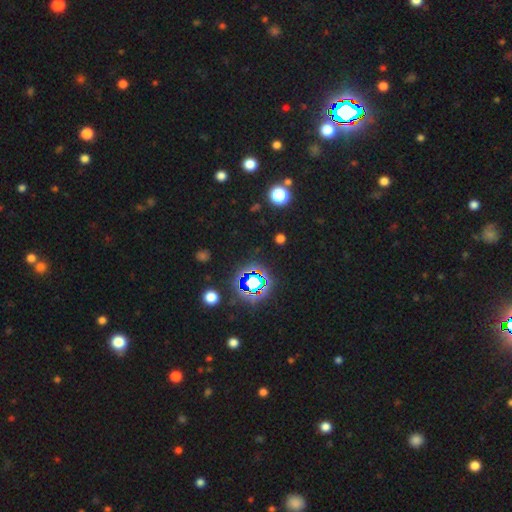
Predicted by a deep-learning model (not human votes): Q: Smooth or featured?
A: star or artifact (78%); runner-up: smooth (15%)